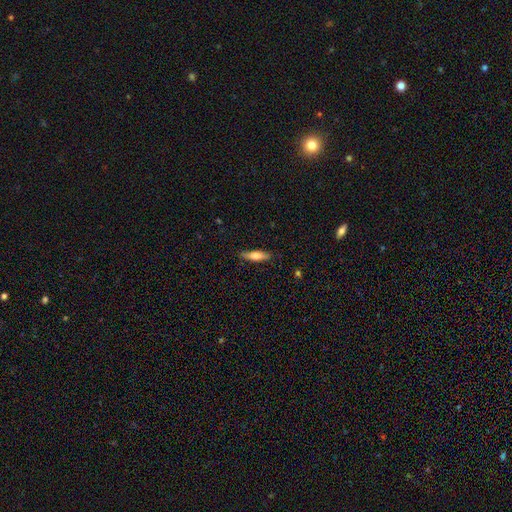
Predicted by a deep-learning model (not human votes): smooth_or_featured: smooth (p=0.62) [alt: featured or disk p=0.32]
how_rounded: cigar-shaped (p=0.65) [alt: in between p=0.33]
merging: none (p=0.86) [alt: minor disturbance p=0.11]